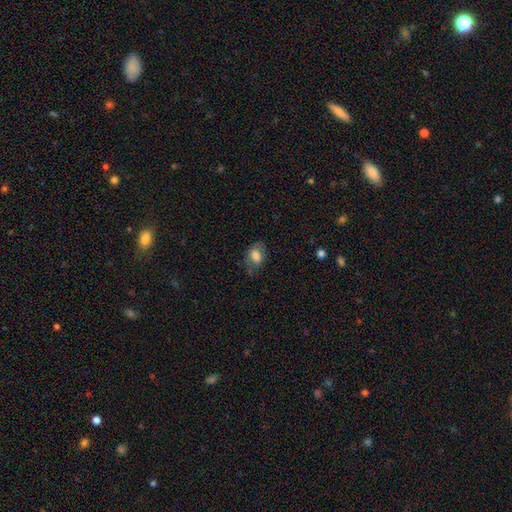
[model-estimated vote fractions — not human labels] Morphology: type=smooth (72%); roundness=in between (87%); merging=none (62%).